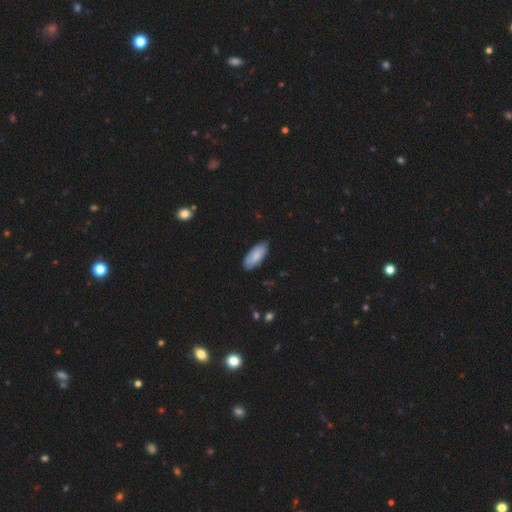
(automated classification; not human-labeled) Q: Smooth or featured?
A: smooth (81%); runner-up: featured or disk (13%)
Q: How rounded?
A: in between (83%); runner-up: cigar-shaped (15%)
Q: Merging?
A: none (79%); runner-up: minor disturbance (17%)